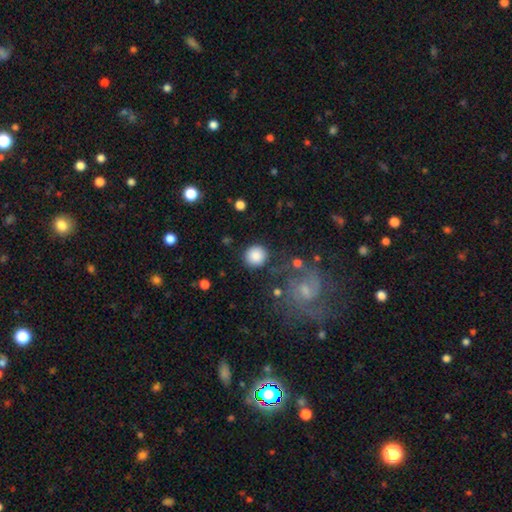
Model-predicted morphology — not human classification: smooth-or-featured: smooth: 85% | star or artifact: 8% | featured or disk: 7%
  how-rounded: round: 92% | in between: 7% | cigar-shaped: 1%
  merging: none: 83% | minor disturbance: 9% | major disturbance: 4% | merger: 4%